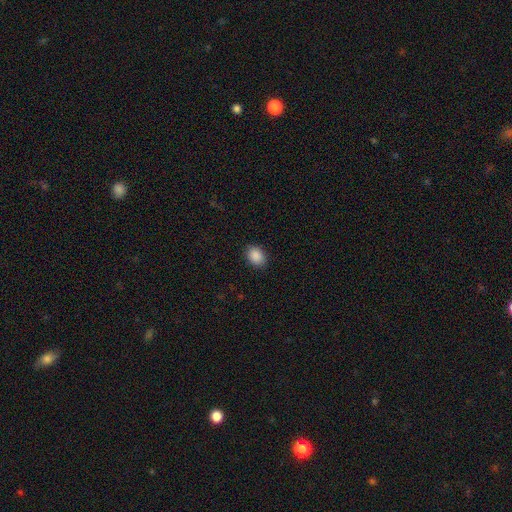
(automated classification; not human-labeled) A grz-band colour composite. It shows a smooth galaxy with no disk features (89%) that is in between round and cigar-shaped (67%). Merging: none (89%).